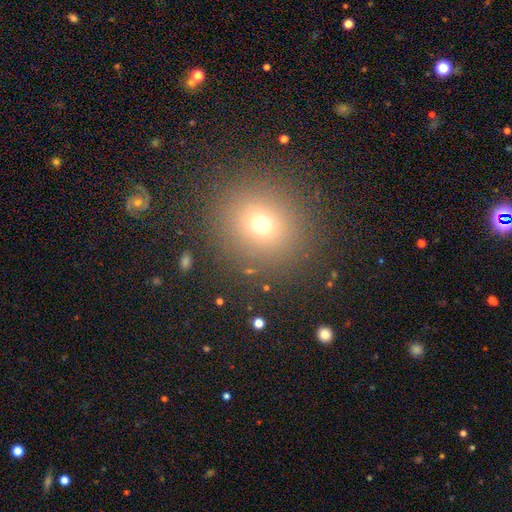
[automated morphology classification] Smooth or featured? smooth (63%)
How rounded? round (86%)
Merging? none (90%)